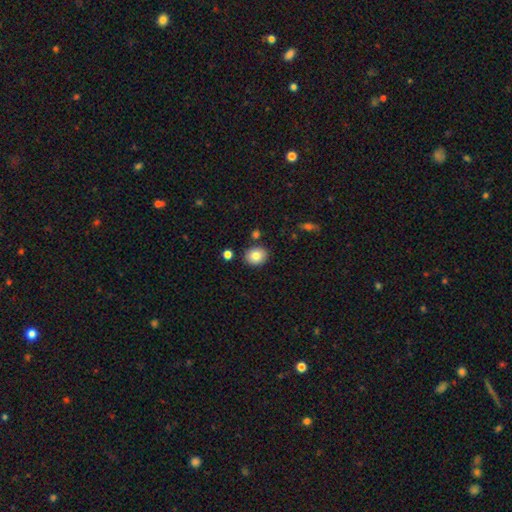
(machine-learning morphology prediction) Smooth or featured?
  - smooth: 83% *
  - star or artifact: 9%
  - featured or disk: 8%
How rounded?
  - round: 54% *
  - in between: 45%
  - cigar-shaped: 1%
Merging?
  - none: 84% *
  - minor disturbance: 9%
  - merger: 4%
  - major disturbance: 2%